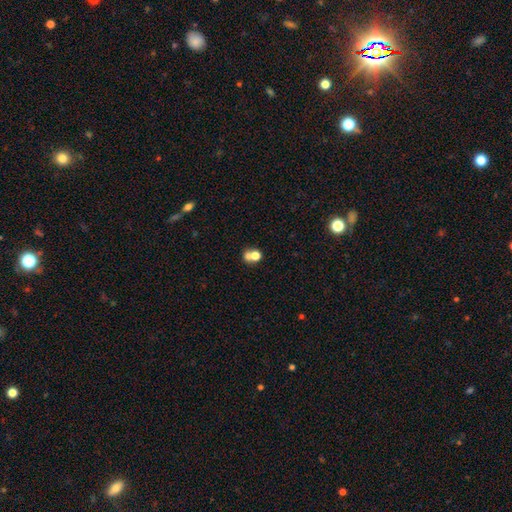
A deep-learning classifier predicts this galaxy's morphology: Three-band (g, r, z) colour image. It shows a smooth galaxy with no disk features (69%) that is round (71%). Merging: merger (53%).